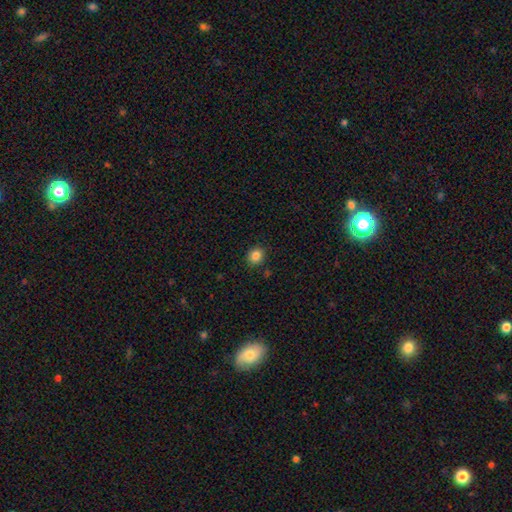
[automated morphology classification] The model was most divided on "how rounded": round: 69%, in between: 30%, cigar-shaped: 1%. More confident: merging — none (88%); smooth or featured — smooth (85%).